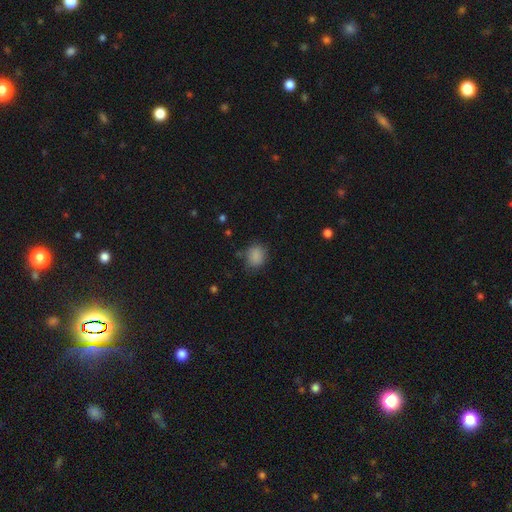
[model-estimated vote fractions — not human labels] smooth 85%, star or artifact 10%, featured or disk 5%. Down the decision tree: how rounded — round (53%); merging — none (74%).